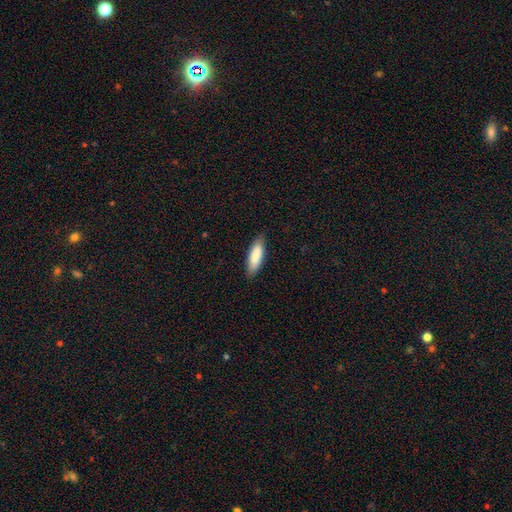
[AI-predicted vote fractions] Smooth or featured? smooth (87%)
How rounded? in between (51%)
Merging? none (86%)